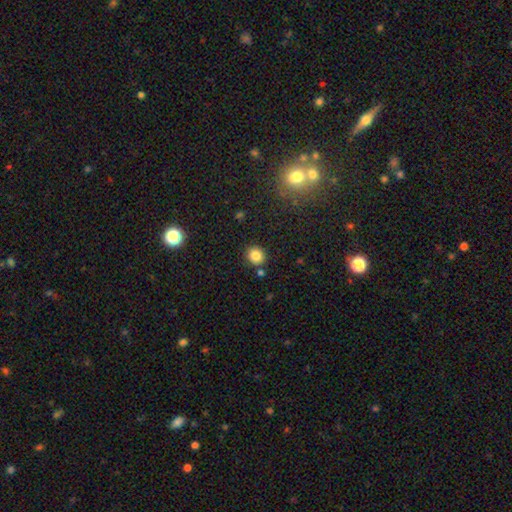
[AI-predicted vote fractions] A smooth galaxy with no disk features (83%) that is round (82%). Merging: none (83%).